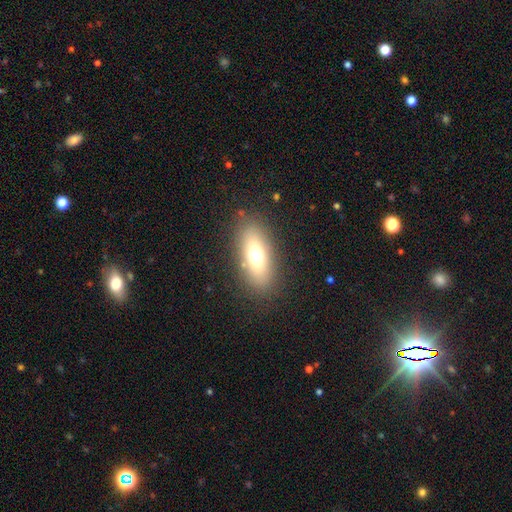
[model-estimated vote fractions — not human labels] The model was most divided on "smooth or featured": smooth: 66%, featured or disk: 22%, star or artifact: 12%. More confident: merging — none (83%); how rounded — in between (78%).